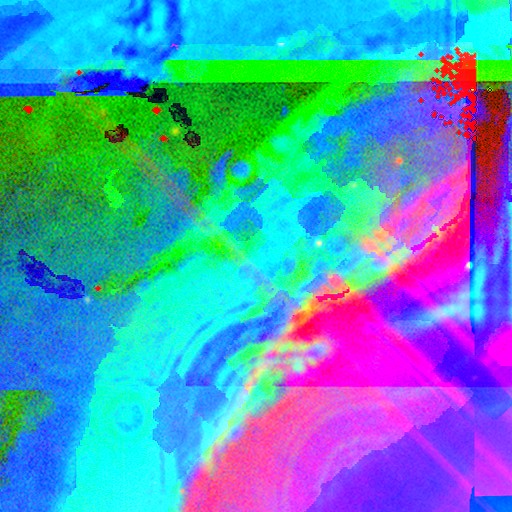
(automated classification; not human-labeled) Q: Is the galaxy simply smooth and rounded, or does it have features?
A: star or artifact — 86%.